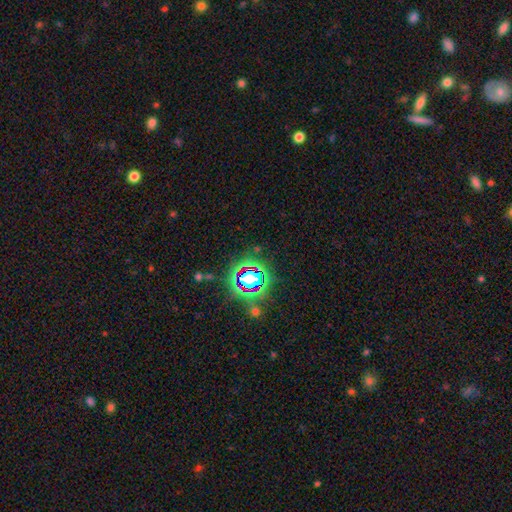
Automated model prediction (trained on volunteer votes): Smooth or featured? star or artifact (78%)